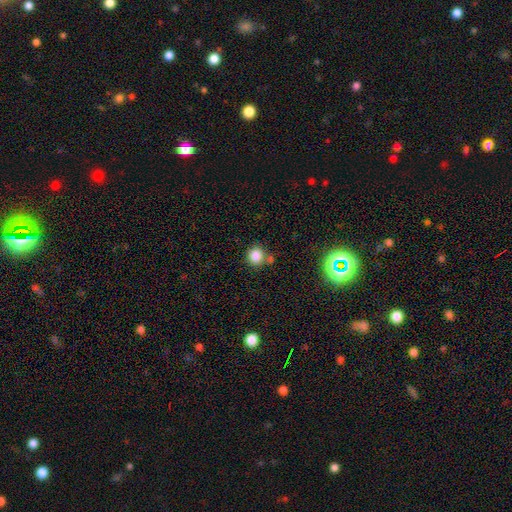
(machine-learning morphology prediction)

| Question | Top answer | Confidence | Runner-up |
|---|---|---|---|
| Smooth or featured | smooth | 84% | star or artifact (11%) |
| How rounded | round | 89% | in between (10%) |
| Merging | none | 72% | merger (13%) |